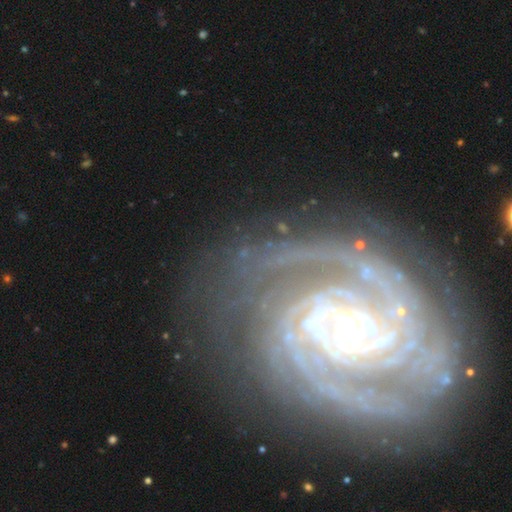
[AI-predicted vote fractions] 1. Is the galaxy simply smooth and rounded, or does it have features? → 92% featured or disk, 5% star or artifact, 3% smooth.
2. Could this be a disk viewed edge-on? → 97% no, 3% yes.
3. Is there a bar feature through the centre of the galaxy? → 52% no, 28% weak, 20% strong.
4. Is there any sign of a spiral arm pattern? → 99% yes, 1% no.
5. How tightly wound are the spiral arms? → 80% tight, 17% medium, 2% loose.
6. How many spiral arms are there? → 29% 2, 22% 3, 15% 4, 15% can't tell, 11% more than 4, 8% 1.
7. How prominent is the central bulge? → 56% small, 38% moderate, 3% large, 1% none, 1% dominant.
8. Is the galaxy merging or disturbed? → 78% none, 14% minor disturbance, 6% major disturbance, 2% merger.